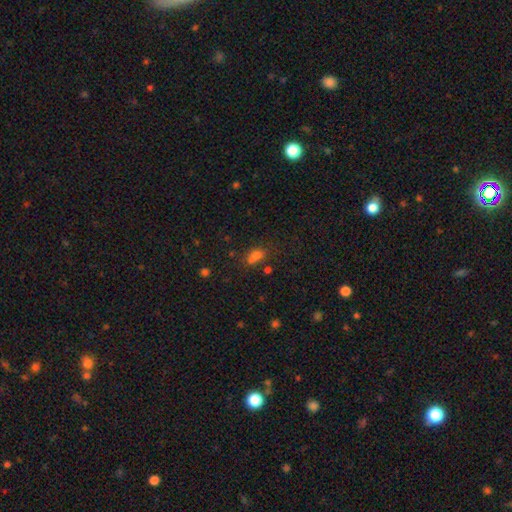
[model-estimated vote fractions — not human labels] smooth-or-featured: smooth: 70% | star or artifact: 19% | featured or disk: 11%
  how-rounded: in between: 59% | round: 38% | cigar-shaped: 4%
  merging: none: 42% | merger: 35% | minor disturbance: 16% | major disturbance: 7%